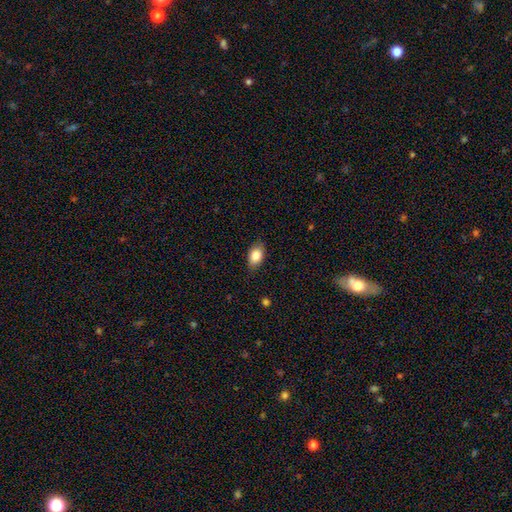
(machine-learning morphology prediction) Smooth or featured? Predicted: smooth (p=0.83). How rounded? Predicted: in between (p=0.86). Merging? Predicted: none (p=0.81).